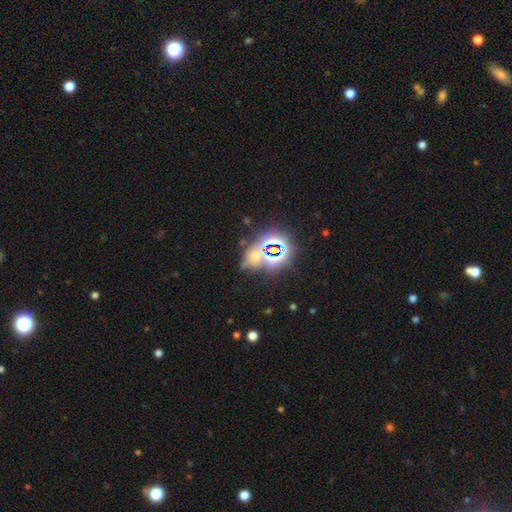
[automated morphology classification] Smooth or featured: star or artifact — 62% (smooth — 25%)